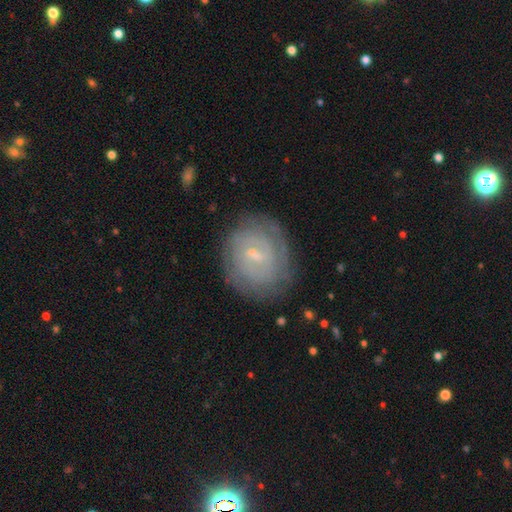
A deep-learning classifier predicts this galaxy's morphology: Smooth or featured? Predicted: featured or disk (p=0.68). Edge-on disk? Predicted: no (p=0.96). Bar? Predicted: weak (p=0.60). Spiral arms? Predicted: yes (p=0.83). Spiral winding? Predicted: tight (p=0.71). Spiral arm count? Predicted: can't tell (p=0.48). Bulge size? Predicted: small (p=0.65). Merging? Predicted: none (p=0.79).